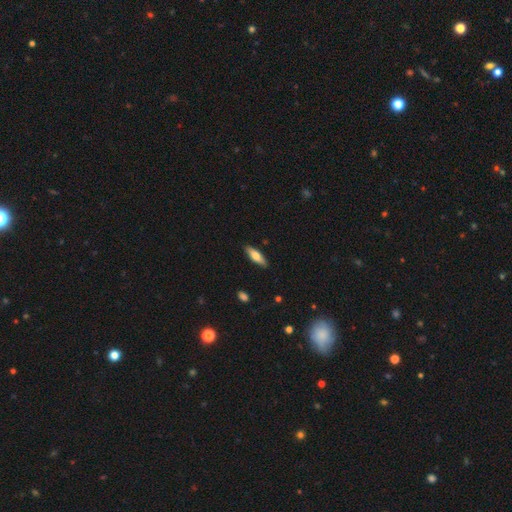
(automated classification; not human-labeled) This appears to be a smooth galaxy with no disk features (70%) that is in between round and cigar-shaped (50%). Merging: none (88%).